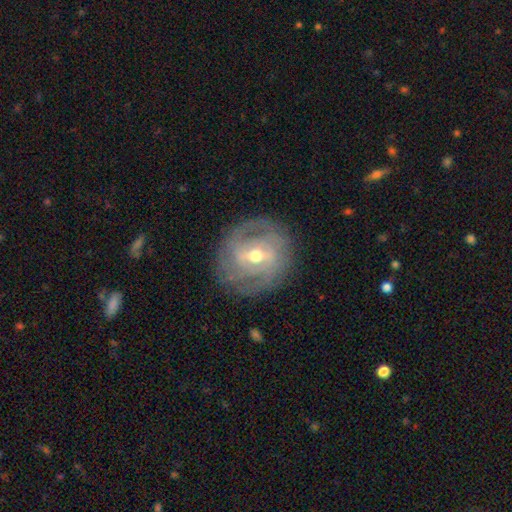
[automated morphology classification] This appears to be a featured or disk galaxy (82%) with a weak bar (50%), can't tell (33%, tied with 2) tight (63%) spiral arms (87%) and a moderate central bulge (68%). Merging: none (82%).